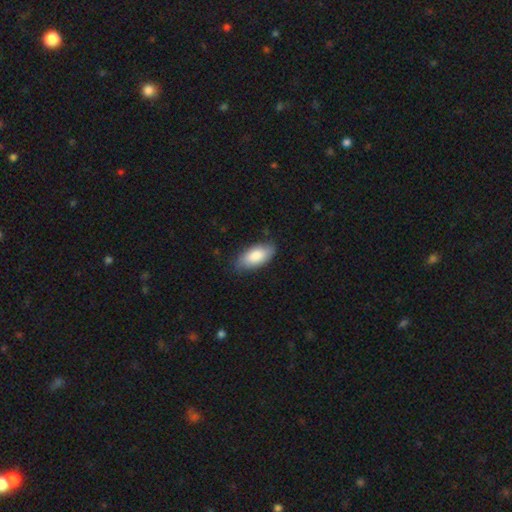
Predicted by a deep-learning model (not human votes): Morphology: type=smooth (84%); roundness=in between (92%); merging=none (77%).